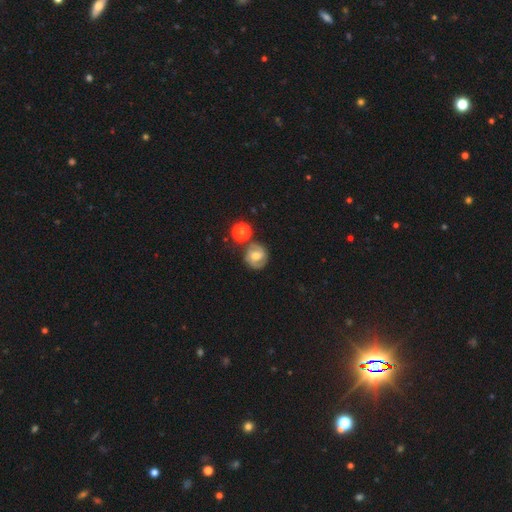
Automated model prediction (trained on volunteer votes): smooth-or-featured: featured or disk: 70% | smooth: 22% | star or artifact: 8%
  disk-edge-on: no: 98% | yes: 2%
    bar: weak: 46% | no: 42% | strong: 12%
    has-spiral-arms: yes: 92% | no: 8%
      spiral-winding: tight: 48% | medium: 42% | loose: 10%
      spiral-arm-count: 2: 79% | can't tell: 9% | 3: 7% | 1: 2% | 4: 2% | more than 4: 1%
    bulge-size: moderate: 61% | small: 27% | large: 7% | none: 4% | dominant: 1%
  merging: none: 73% | minor disturbance: 14% | merger: 9% | major disturbance: 5%